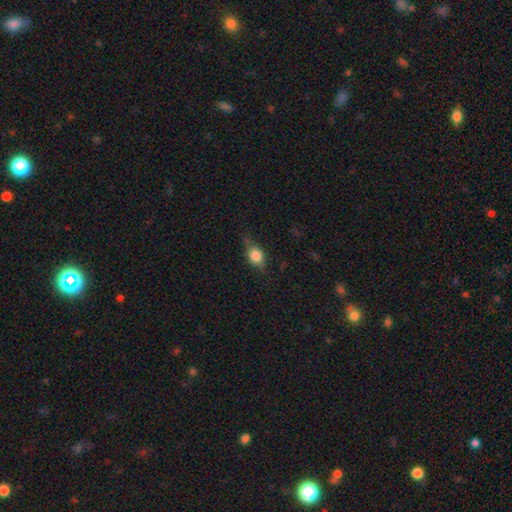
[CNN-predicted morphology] type=smooth (74%); roundness=in between (52%); merging=none (66%).